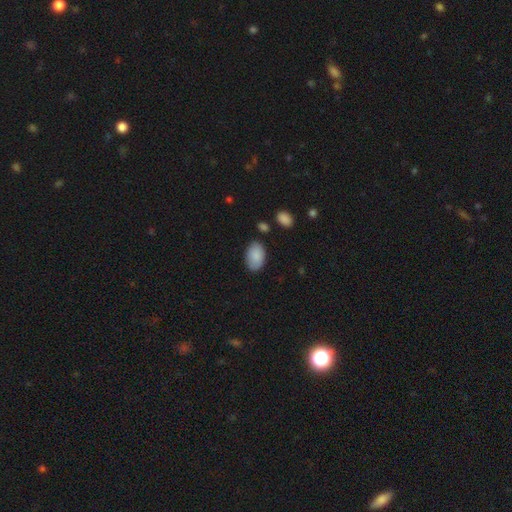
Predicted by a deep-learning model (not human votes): smooth 88%, star or artifact 6%, featured or disk 6%. Down the decision tree: how rounded — in between (92%); merging — none (80%).